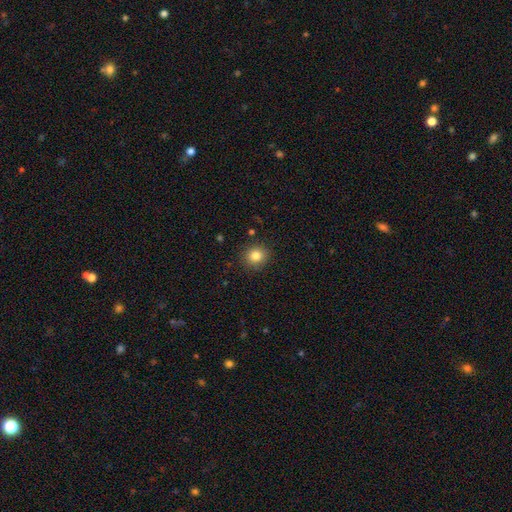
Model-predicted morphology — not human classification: Smooth or featured: smooth — 83% (star or artifact — 11%)
How rounded: round — 83% (in between — 16%)
Merging: none — 88% (minor disturbance — 8%)